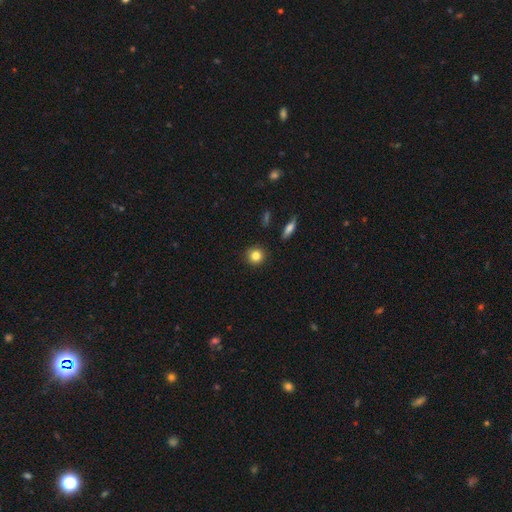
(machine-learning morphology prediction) The model was most divided on "smooth or featured": smooth: 83%, star or artifact: 10%, featured or disk: 7%. More confident: how rounded — round (91%); merging — none (91%).